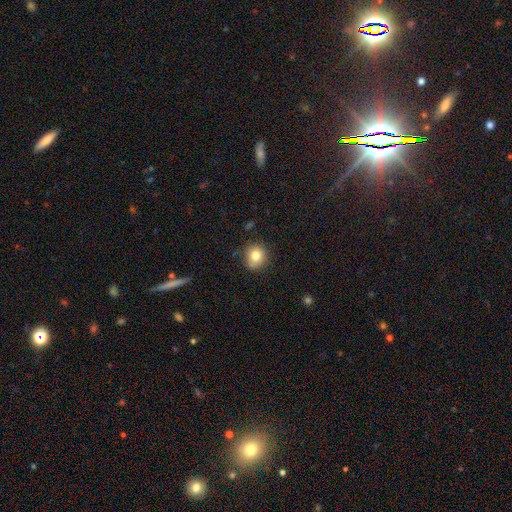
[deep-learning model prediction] A smooth galaxy with no disk features (80%) that is round (88%).

Vote fractions:
- Smooth or featured? smooth: 80% / star or artifact: 10% / featured or disk: 9%
- How rounded? round: 88% / in between: 11% / cigar-shaped: 1%
- Merging? none: 83% / minor disturbance: 13% / major disturbance: 3% / merger: 2%